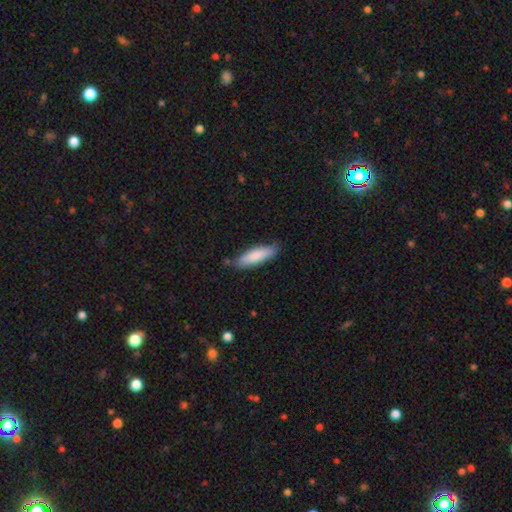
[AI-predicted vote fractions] The model was most divided on "how rounded": cigar-shaped: 60%, in between: 38%, round: 1%. More confident: smooth or featured — smooth (82%); merging — none (76%).